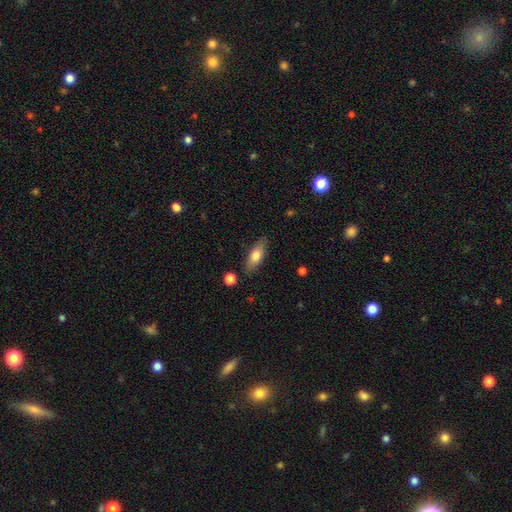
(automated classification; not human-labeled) Smooth or featured: smooth — 72% (featured or disk — 22%)
How rounded: in between — 69% (cigar-shaped — 28%)
Merging: none — 84% (minor disturbance — 11%)